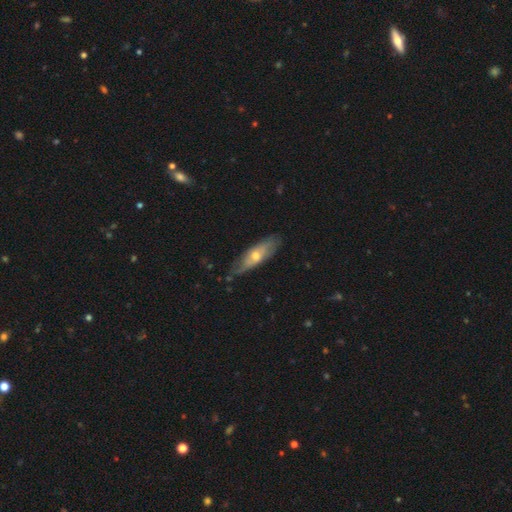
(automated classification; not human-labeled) smooth-or-featured: featured or disk: 47% (tied) | smooth: 47% (tied) | star or artifact: 6%
  merging: none: 69% | minor disturbance: 24% | major disturbance: 5% | merger: 2%